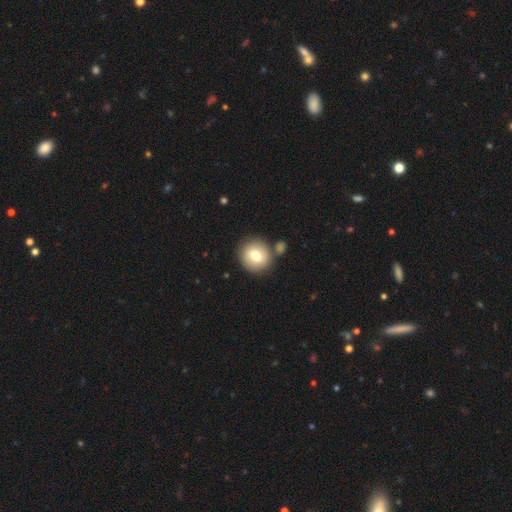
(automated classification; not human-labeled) A smooth galaxy with no disk features (74%) that is round (89%).

Vote fractions:
- Smooth or featured? smooth: 74% / featured or disk: 18% / star or artifact: 8%
- How rounded? round: 89% / in between: 10% / cigar-shaped: 1%
- Merging? none: 75% / merger: 12% / minor disturbance: 9% / major disturbance: 3%